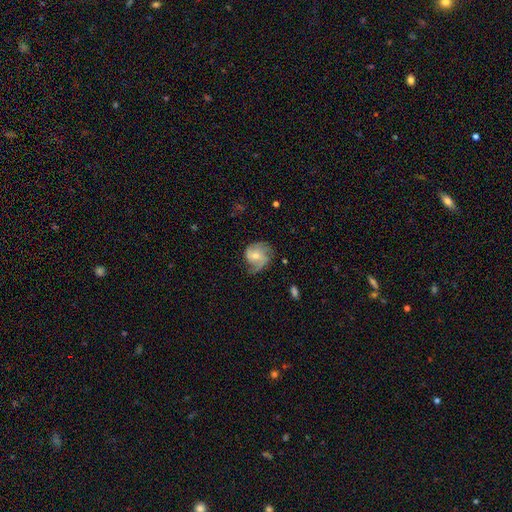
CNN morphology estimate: Smooth or featured? Predicted: featured or disk (p=0.69). Edge-on disk? Predicted: no (p=0.98). Bar? Predicted: no (p=0.64). Spiral arms? Predicted: yes (p=0.91). Spiral winding? Predicted: medium (p=0.44). Spiral arm count? Predicted: 2 (p=0.49). Bulge size? Predicted: moderate (p=0.51). Merging? Predicted: none (p=0.59).